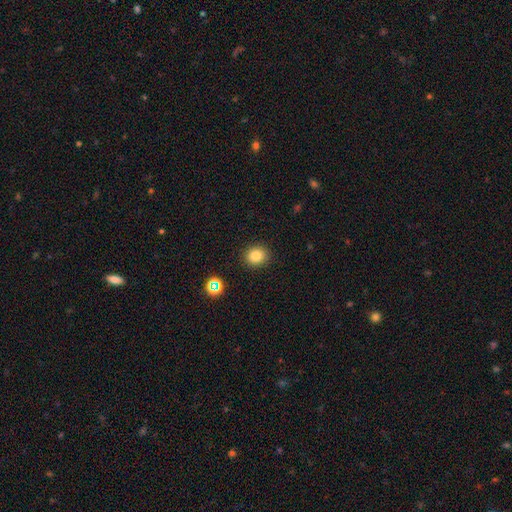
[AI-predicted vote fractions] Smooth or featured: smooth — 82% (star or artifact — 13%)
How rounded: round — 77% (in between — 22%)
Merging: none — 90% (minor disturbance — 7%)